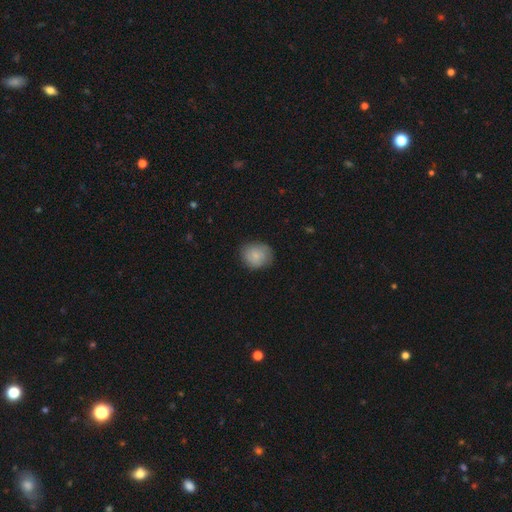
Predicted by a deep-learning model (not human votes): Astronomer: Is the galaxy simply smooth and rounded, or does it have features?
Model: smooth — 72%.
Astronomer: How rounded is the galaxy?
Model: round — 71%.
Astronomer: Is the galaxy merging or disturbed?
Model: none — 76%.